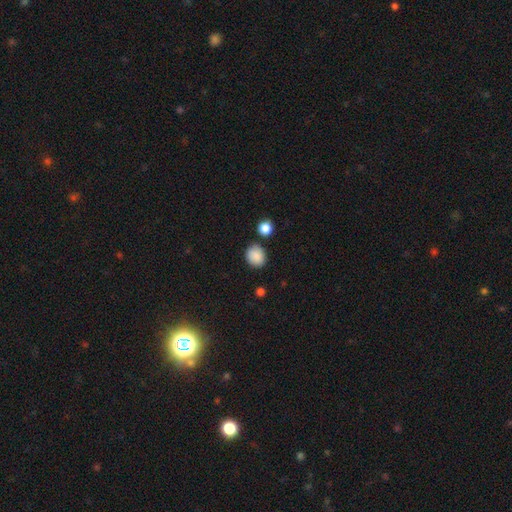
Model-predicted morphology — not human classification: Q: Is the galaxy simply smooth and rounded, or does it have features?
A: smooth — 88%.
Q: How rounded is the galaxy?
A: round — 63%.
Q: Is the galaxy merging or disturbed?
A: none — 81%.